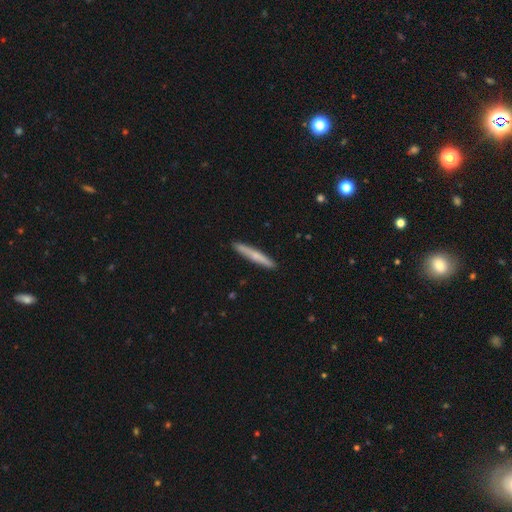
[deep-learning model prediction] smooth 62%, featured or disk 33%, star or artifact 6%. Down the decision tree: how rounded — cigar-shaped (96%); merging — none (90%).